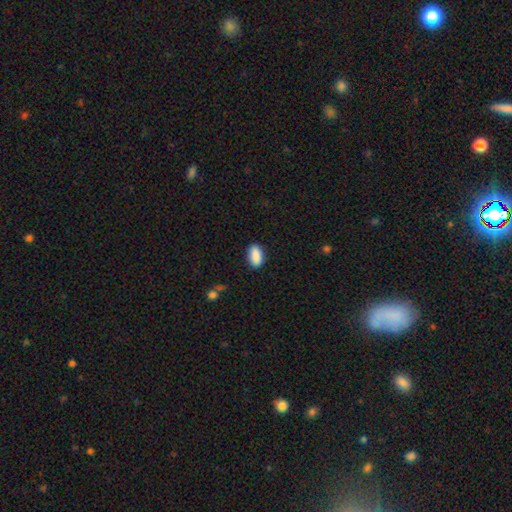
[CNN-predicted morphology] smooth_or_featured: smooth (p=0.89) [alt: star or artifact p=0.07]
how_rounded: in between (p=0.91) [alt: cigar-shaped p=0.05]
merging: none (p=0.87) [alt: minor disturbance p=0.09]